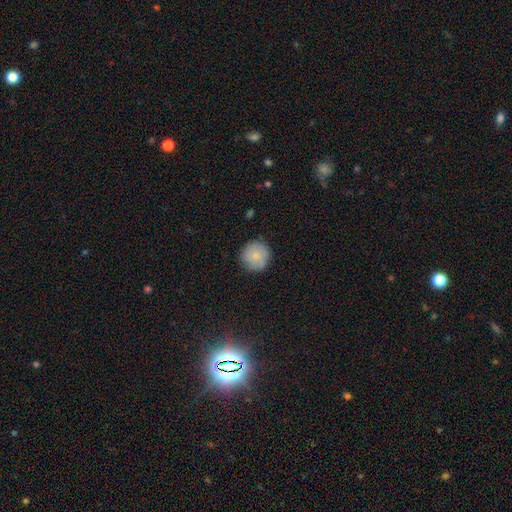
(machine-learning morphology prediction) Overall: smooth (81%). How rounded: round (95%). Merging: none (85%).